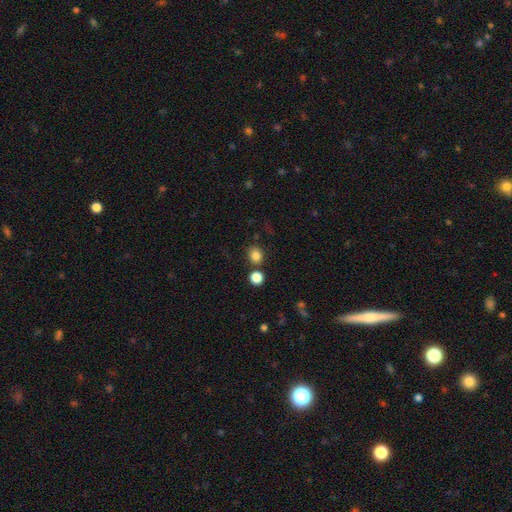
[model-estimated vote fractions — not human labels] Q: Smooth or featured?
A: smooth (83%); runner-up: star or artifact (12%)
Q: How rounded?
A: round (74%); runner-up: in between (25%)
Q: Merging?
A: none (76%); runner-up: merger (11%)